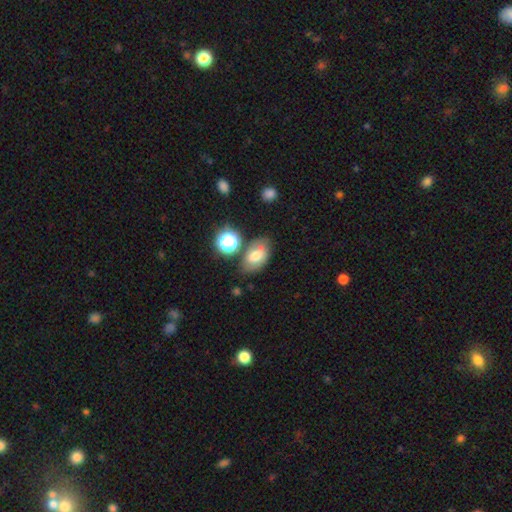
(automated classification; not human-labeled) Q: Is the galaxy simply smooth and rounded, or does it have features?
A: smooth — 62%.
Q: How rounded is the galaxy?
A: in between — 84%.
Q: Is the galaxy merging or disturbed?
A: none — 66%.